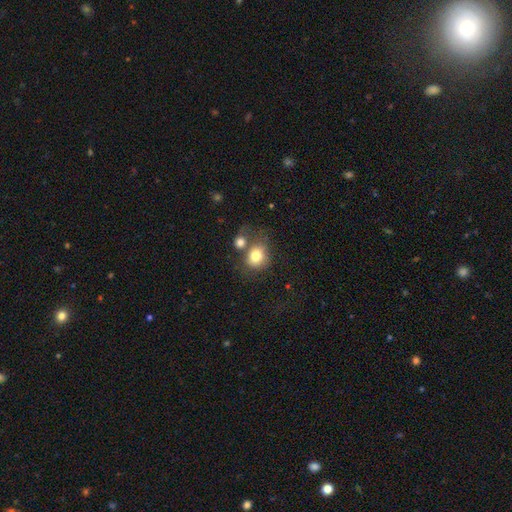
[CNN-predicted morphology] Smooth or featured: smooth — 78% (featured or disk — 12%)
How rounded: round — 72% (in between — 28%)
Merging: none — 47% (merger — 29%)